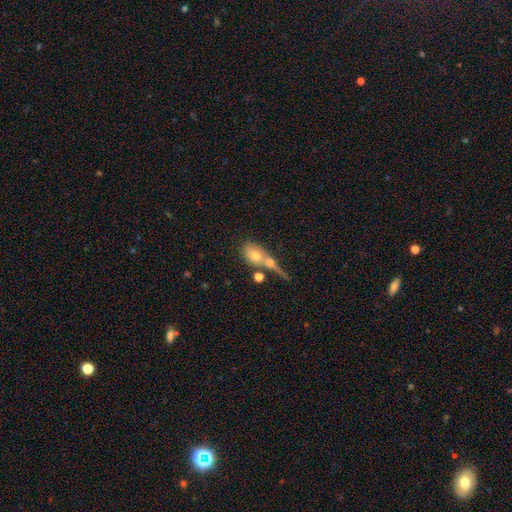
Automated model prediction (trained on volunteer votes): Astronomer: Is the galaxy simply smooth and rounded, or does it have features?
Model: smooth — 63%.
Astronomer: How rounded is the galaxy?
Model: in between — 65%.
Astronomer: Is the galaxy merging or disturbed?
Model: merger — 47% (runner-up: none, 31%).